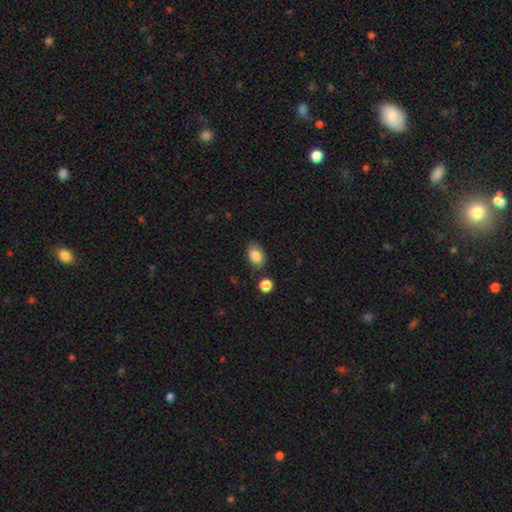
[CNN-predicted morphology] A smooth galaxy with no disk features (85%) that is in between round and cigar-shaped (84%). Merging: none (78%).